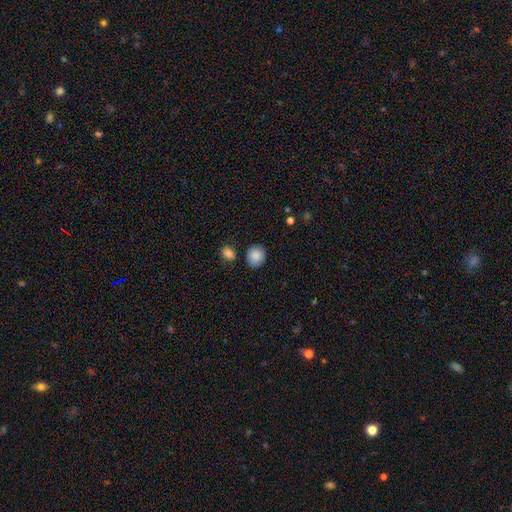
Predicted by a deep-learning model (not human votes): This appears to be a smooth galaxy with no disk features (89%) that is round (77%). Merging: none (84%).